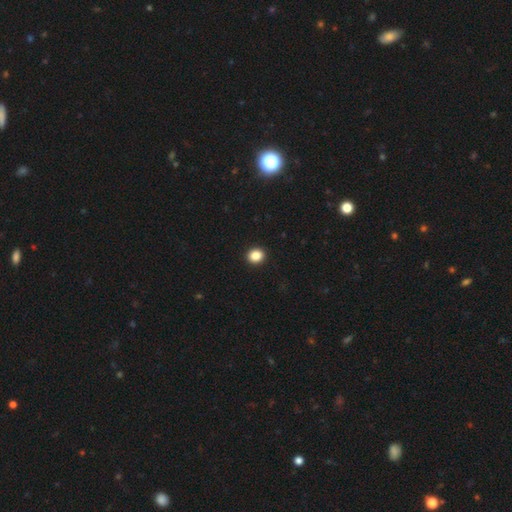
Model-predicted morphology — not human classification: Smooth or featured: smooth — 87% (star or artifact — 10%)
How rounded: round — 69% (in between — 30%)
Merging: none — 93% (minor disturbance — 4%)